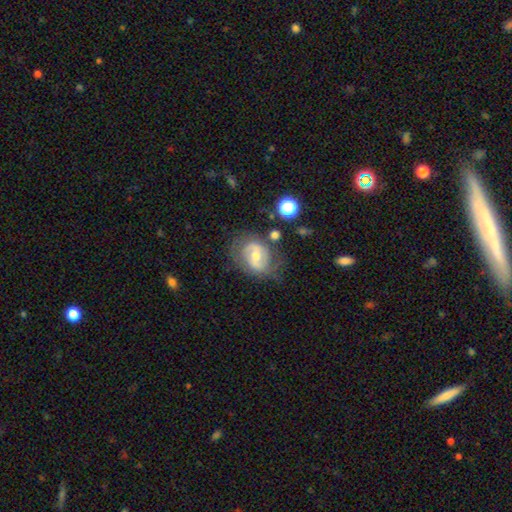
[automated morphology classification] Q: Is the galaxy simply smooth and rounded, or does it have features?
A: featured or disk — 69%.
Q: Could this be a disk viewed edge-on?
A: no — 96%.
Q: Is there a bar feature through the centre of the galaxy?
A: weak — 46%.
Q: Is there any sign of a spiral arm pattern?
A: yes — 78%.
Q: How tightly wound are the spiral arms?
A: medium — 45%.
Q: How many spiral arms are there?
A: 2 — 76%.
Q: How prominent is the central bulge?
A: moderate — 57%.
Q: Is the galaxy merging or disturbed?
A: none — 61%.